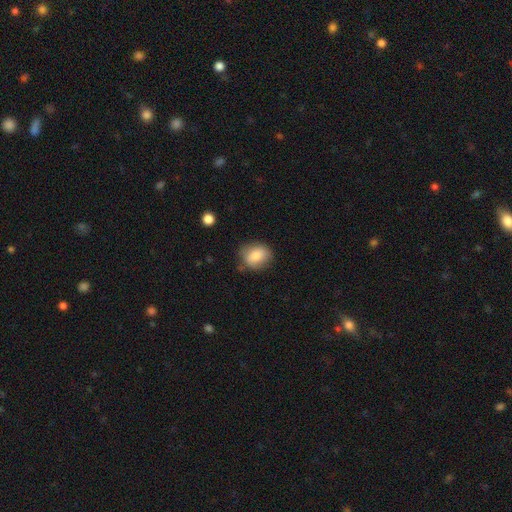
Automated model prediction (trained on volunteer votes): This is clearly a smooth galaxy (81%). How rounded: possibly in between (53%). Merging: likely none (71%).